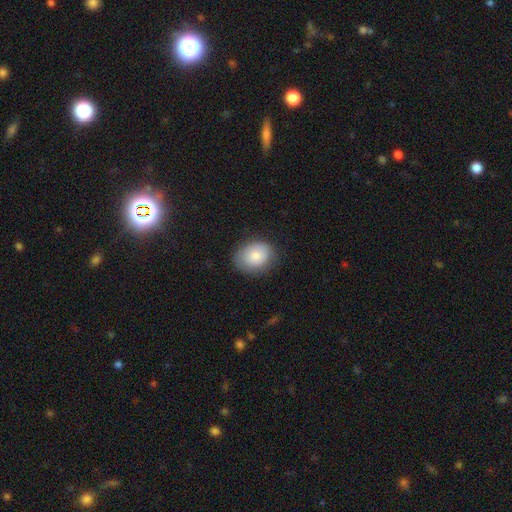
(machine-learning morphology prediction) This appears to be a smooth galaxy with no disk features (82%) that is in between round and cigar-shaped (57%). Merging: none (78%).